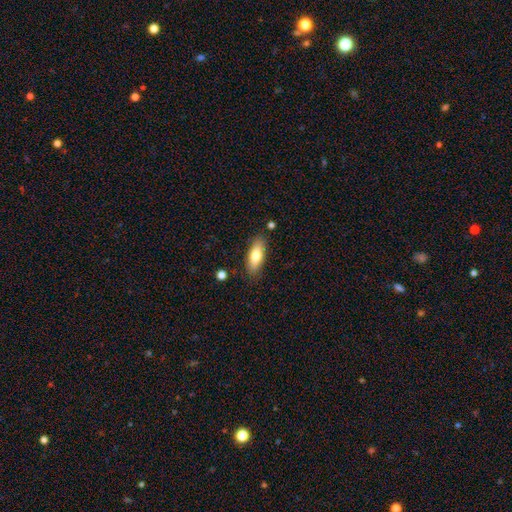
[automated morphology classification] smooth 76%, featured or disk 18%, star or artifact 6%. Down the decision tree: how rounded — in between (72%); merging — none (84%).